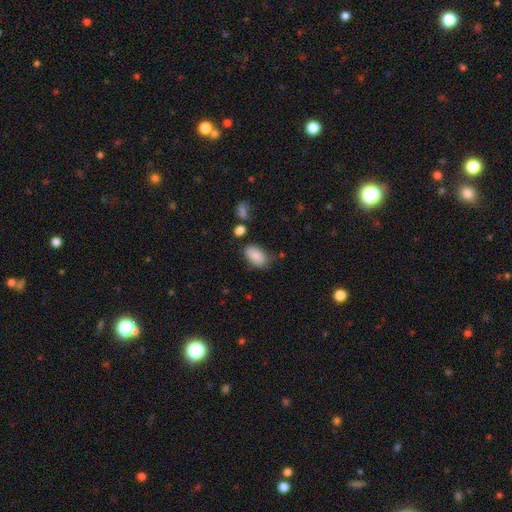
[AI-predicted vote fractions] Morphology: type=smooth (87%); roundness=in between (93%); merging=none (68%).